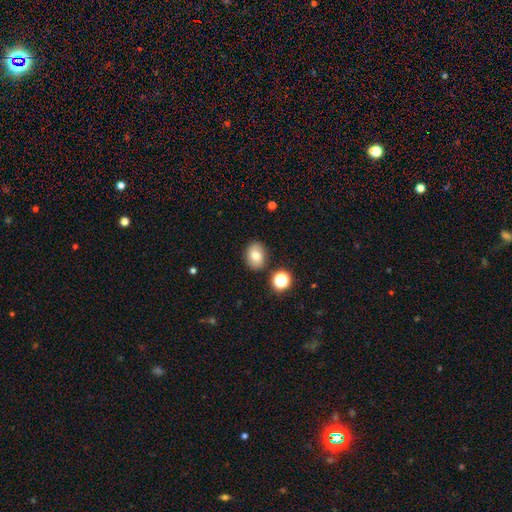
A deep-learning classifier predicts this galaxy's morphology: type=smooth (75%); roundness=in between (59%); merging=none (84%).